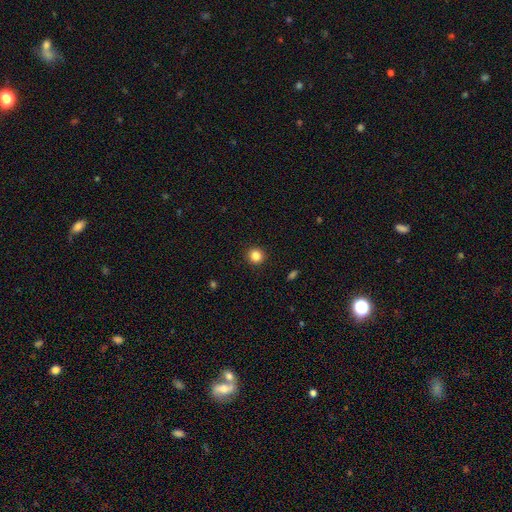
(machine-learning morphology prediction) Smooth or featured: smooth — 85% (star or artifact — 11%)
How rounded: round — 93% (in between — 6%)
Merging: none — 93% (minor disturbance — 5%)